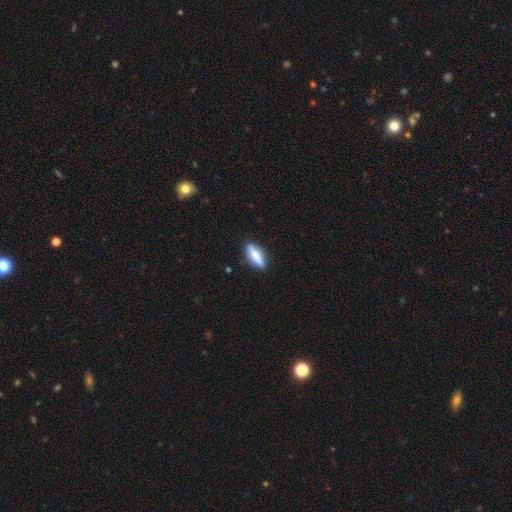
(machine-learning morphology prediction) smooth 75%, featured or disk 18%, star or artifact 6%. Down the decision tree: how rounded — in between (51%); merging — none (86%).